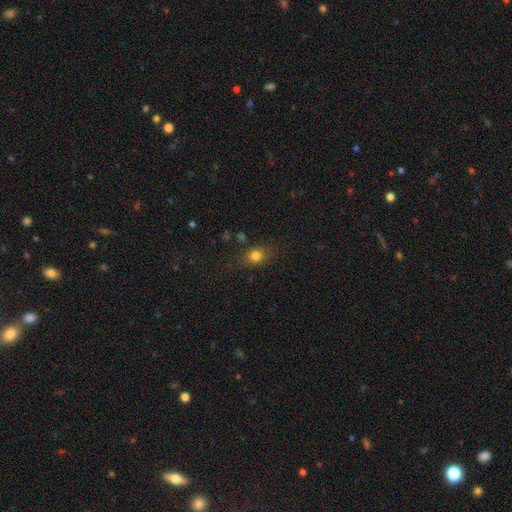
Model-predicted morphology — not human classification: Smooth or featured? Predicted: smooth (p=0.77). How rounded? Predicted: round (p=0.59). Merging? Predicted: none (p=0.78).